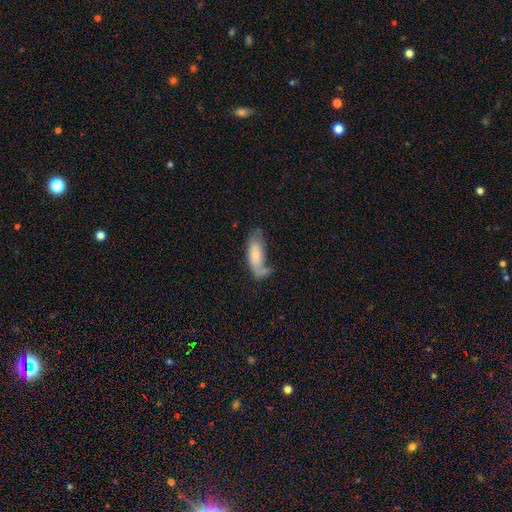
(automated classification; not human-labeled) This is likely a smooth galaxy (67%). How rounded: likely in between (78%). Merging: marginally none (37%).